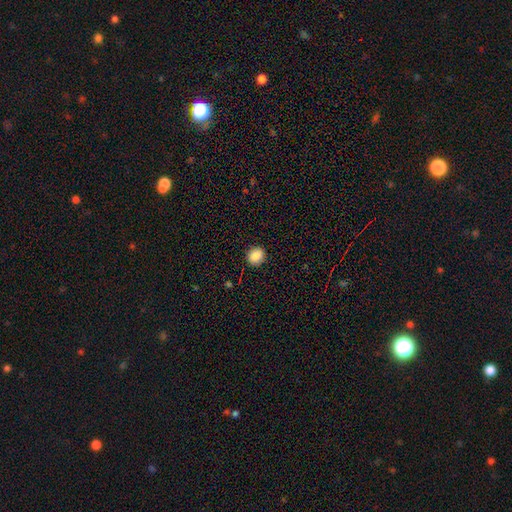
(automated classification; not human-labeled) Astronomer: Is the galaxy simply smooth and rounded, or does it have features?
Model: smooth — 87%.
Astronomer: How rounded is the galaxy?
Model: round — 83%.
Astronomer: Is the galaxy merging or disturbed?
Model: none — 91%.